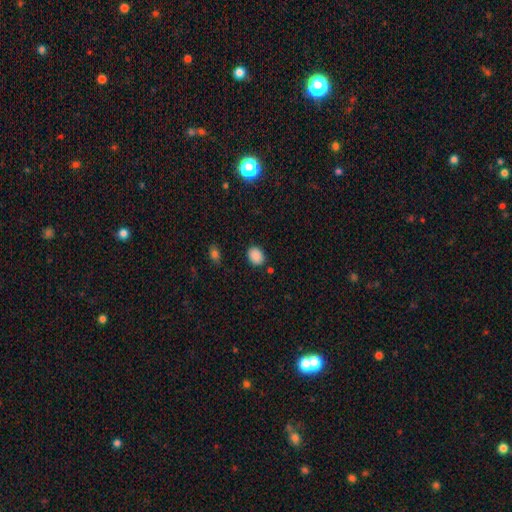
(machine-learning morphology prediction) smooth 88%, star or artifact 9%, featured or disk 3%. Down the decision tree: how rounded — in between (52%); merging — none (84%).